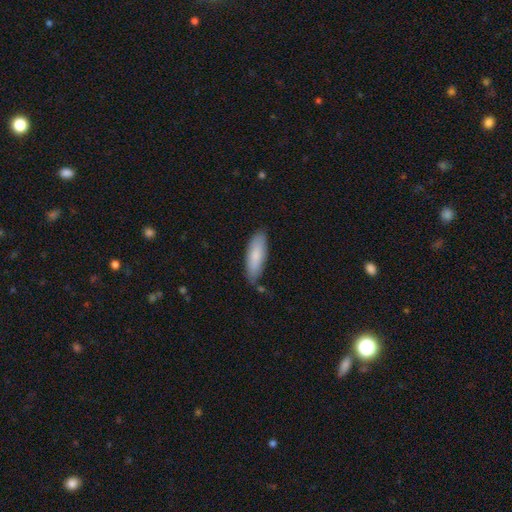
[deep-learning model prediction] Q: Smooth or featured?
A: smooth (82%); runner-up: featured or disk (13%)
Q: How rounded?
A: in between (62%); runner-up: cigar-shaped (37%)
Q: Merging?
A: none (75%); runner-up: minor disturbance (18%)